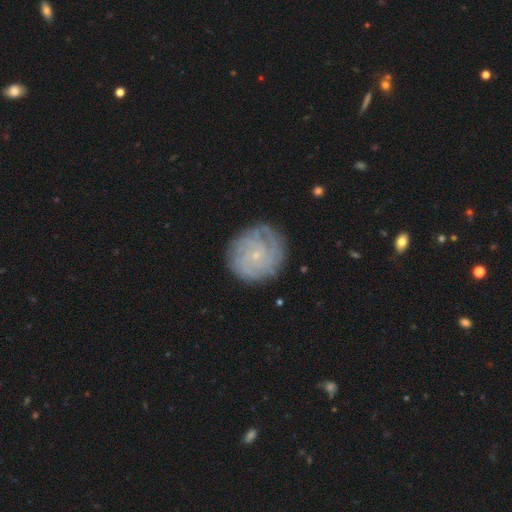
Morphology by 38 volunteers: A featured or disk galaxy (71%) with no bar (96%), tight (95%) spiral arms (81%) and a small central bulge (85%).

Vote fractions:
- Smooth or featured? featured or disk: 71% / smooth: 21% / star or artifact: 8%
- Edge-on disk? no: 96% / yes: 4%
- Bar? no: 96% / weak: 4% / strong: 0%
- Spiral arms? yes: 81% / no: 19%
- Spiral winding? tight: 95% / medium: 5% / loose: 0%
- Spiral arm count? can't tell: 43% / 3: 19% / 4: 19% / 2: 14% / more than 4: 5% / 1: 0%
- Bulge size? small: 85% / moderate: 12% / none: 4% / dominant: 0% / large: 0%
- Merging? none: 77% / major disturbance: 14% / minor disturbance: 9% / merger: 0%